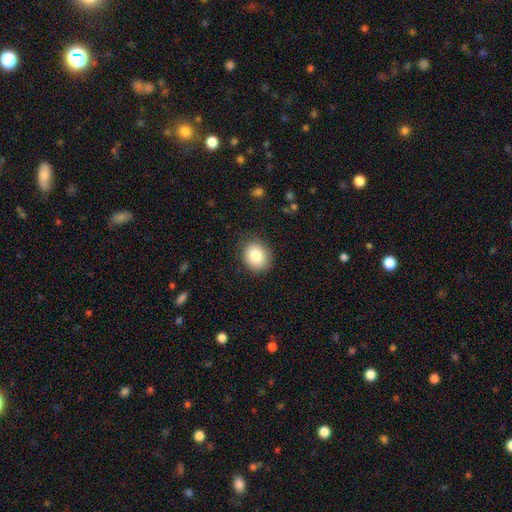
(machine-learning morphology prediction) Smooth or featured?
  - smooth: 83% *
  - star or artifact: 9%
  - featured or disk: 8%
How rounded?
  - round: 66% *
  - in between: 33%
  - cigar-shaped: 1%
Merging?
  - none: 85% *
  - minor disturbance: 11%
  - major disturbance: 3%
  - merger: 1%